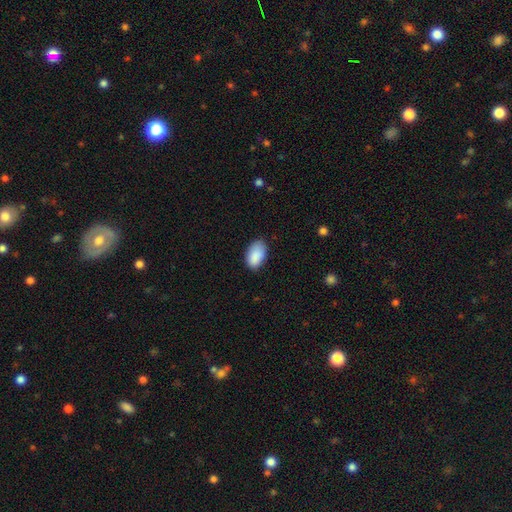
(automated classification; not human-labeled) Smooth or featured?
  - smooth: 89% *
  - star or artifact: 7%
  - featured or disk: 4%
How rounded?
  - in between: 94% *
  - round: 5%
  - cigar-shaped: 1%
Merging?
  - none: 75% *
  - minor disturbance: 20%
  - major disturbance: 3%
  - merger: 1%